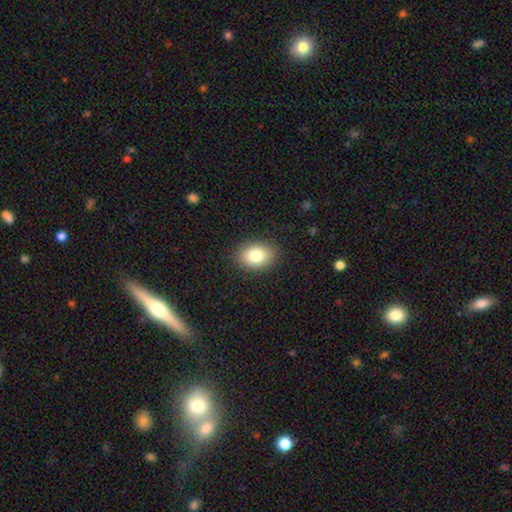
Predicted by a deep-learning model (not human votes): Smooth or featured: smooth — 81% (featured or disk — 10%)
How rounded: in between — 70% (round — 29%)
Merging: none — 89% (minor disturbance — 8%)